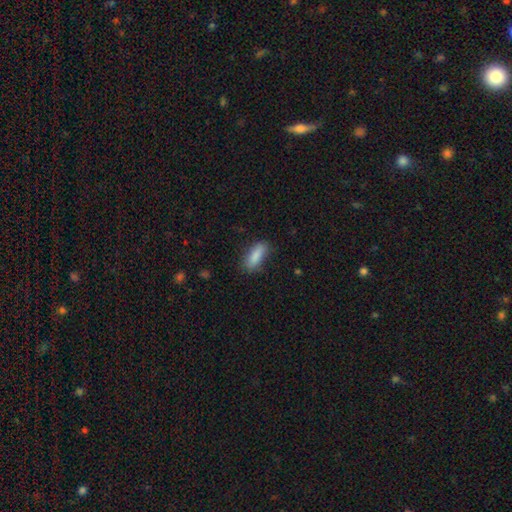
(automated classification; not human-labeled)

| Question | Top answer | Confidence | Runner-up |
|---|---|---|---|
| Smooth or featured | smooth | 86% | star or artifact (7%) |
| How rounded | in between | 64% | cigar-shaped (34%) |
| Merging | none | 79% | minor disturbance (16%) |